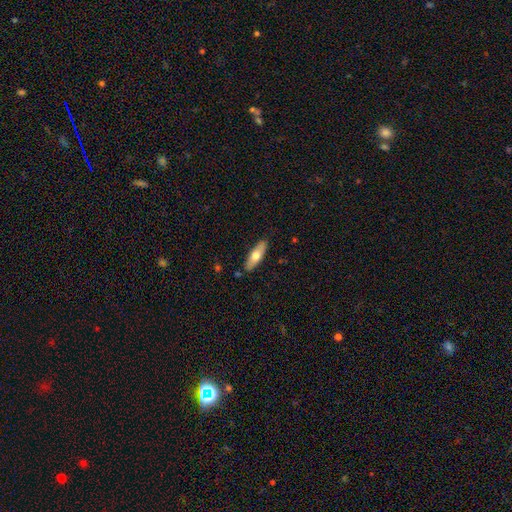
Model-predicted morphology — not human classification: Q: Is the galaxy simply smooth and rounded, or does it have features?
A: smooth — 61%.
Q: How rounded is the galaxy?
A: in between — 55%.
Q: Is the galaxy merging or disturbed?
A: none — 87%.